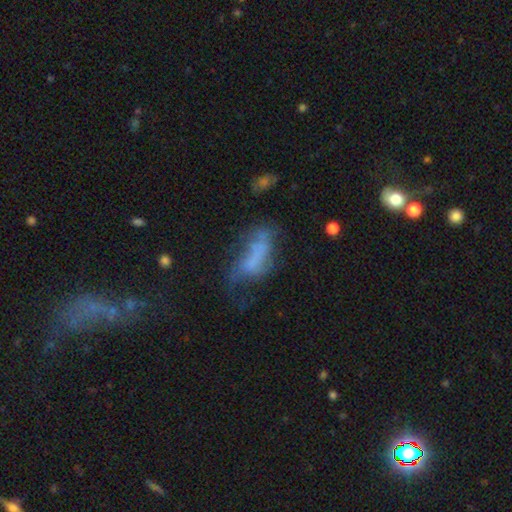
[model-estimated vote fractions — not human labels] This is possibly a smooth galaxy (47%). Merging: marginally major disturbance (36%).